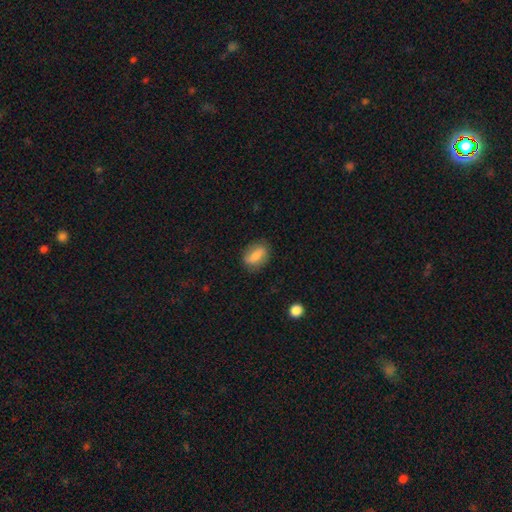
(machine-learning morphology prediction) smooth_or_featured: smooth (p=0.72) [alt: featured or disk p=0.20]
how_rounded: in between (p=0.80) [alt: round p=0.14]
merging: none (p=0.80) [alt: minor disturbance p=0.15]